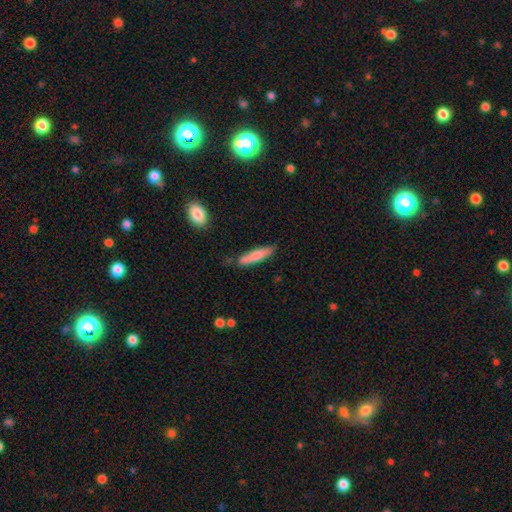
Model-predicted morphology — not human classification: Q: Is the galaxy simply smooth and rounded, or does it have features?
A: smooth — 77%.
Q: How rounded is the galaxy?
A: cigar-shaped — 84%.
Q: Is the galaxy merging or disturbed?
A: none — 78%.